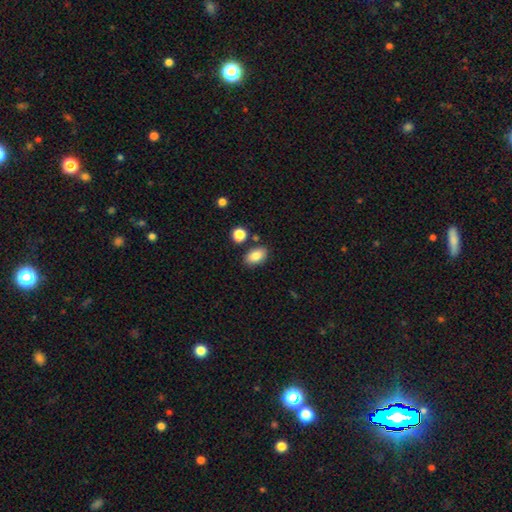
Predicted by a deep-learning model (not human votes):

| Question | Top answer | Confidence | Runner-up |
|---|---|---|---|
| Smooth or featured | smooth | 84% | star or artifact (9%) |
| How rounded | in between | 88% | round (11%) |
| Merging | none | 80% | minor disturbance (11%) |